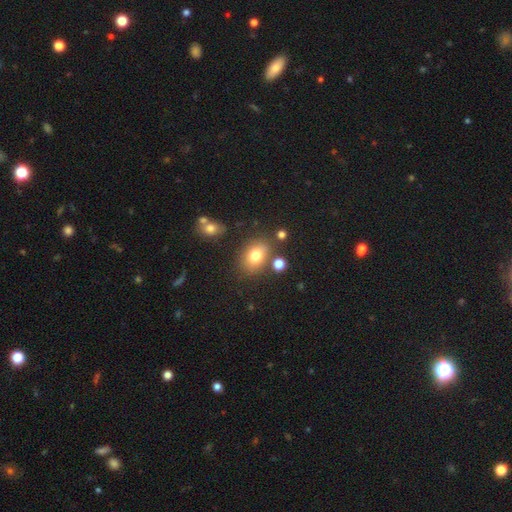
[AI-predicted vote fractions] Q: Smooth or featured?
A: smooth (77%); runner-up: featured or disk (11%)
Q: How rounded?
A: in between (72%); runner-up: round (27%)
Q: Merging?
A: none (73%); runner-up: minor disturbance (14%)